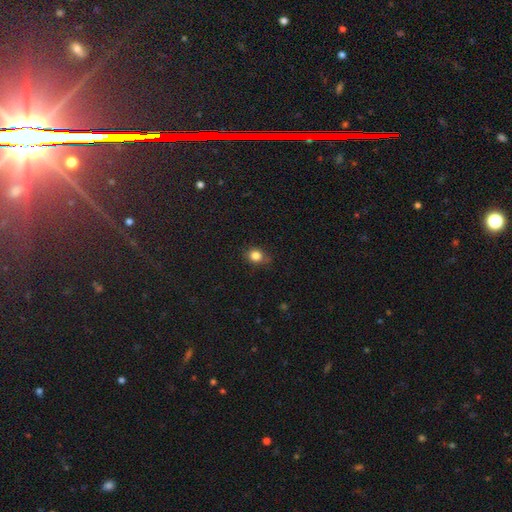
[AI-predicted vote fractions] Smooth or featured? Predicted: smooth (p=0.83). How rounded? Predicted: round (p=0.69). Merging? Predicted: none (p=0.75).